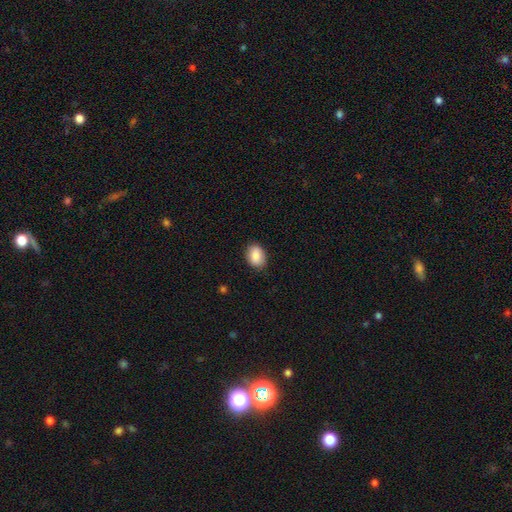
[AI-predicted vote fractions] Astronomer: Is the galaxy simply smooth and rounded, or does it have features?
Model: smooth — 87%.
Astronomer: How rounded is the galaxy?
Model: in between — 72%.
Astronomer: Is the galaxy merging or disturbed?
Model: none — 86%.